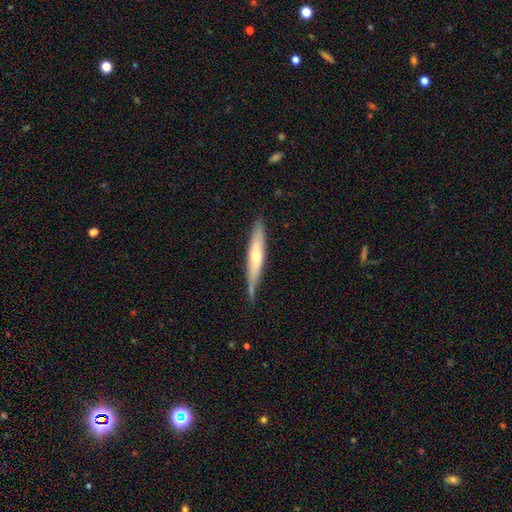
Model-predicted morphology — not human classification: type=featured or disk (50%); merging=none (71%).